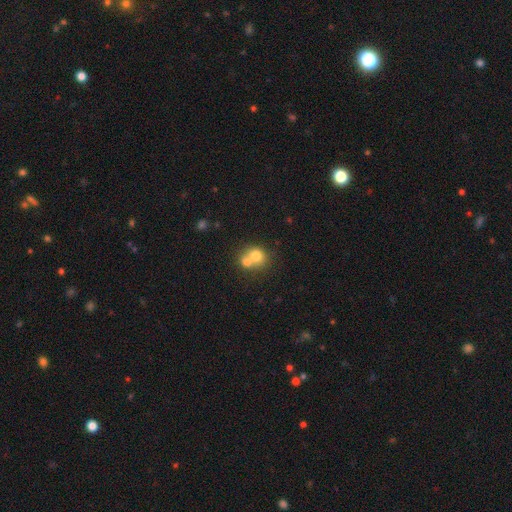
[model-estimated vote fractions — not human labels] A smooth galaxy with no disk features (72%) that is round (74%). Merging: merger (62%).